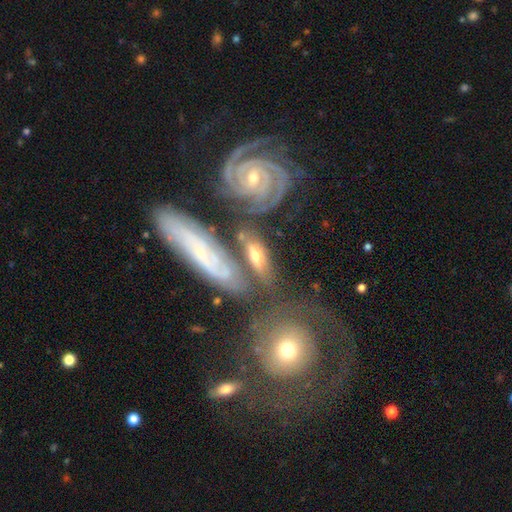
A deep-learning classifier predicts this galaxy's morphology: A featured or disk galaxy (53%). Merging: none (49%).